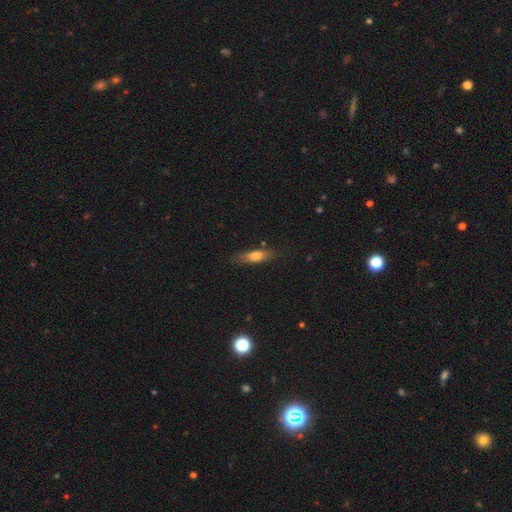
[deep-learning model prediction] Morphology: type=smooth (64%); roundness=cigar-shaped (57%); merging=none (78%).